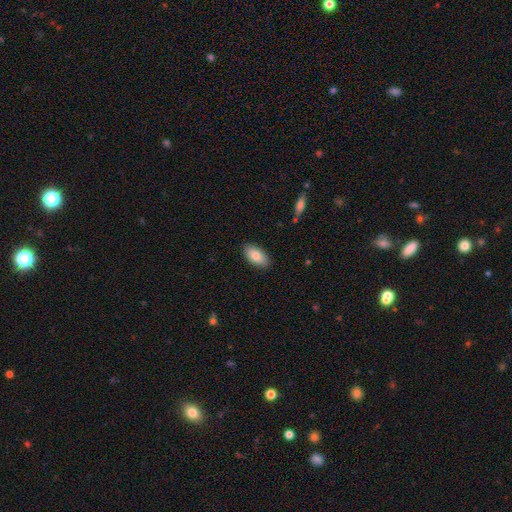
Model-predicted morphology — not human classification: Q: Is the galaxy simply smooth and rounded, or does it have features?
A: smooth — 81%.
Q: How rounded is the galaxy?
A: in between — 93%.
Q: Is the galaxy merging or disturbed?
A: none — 87%.